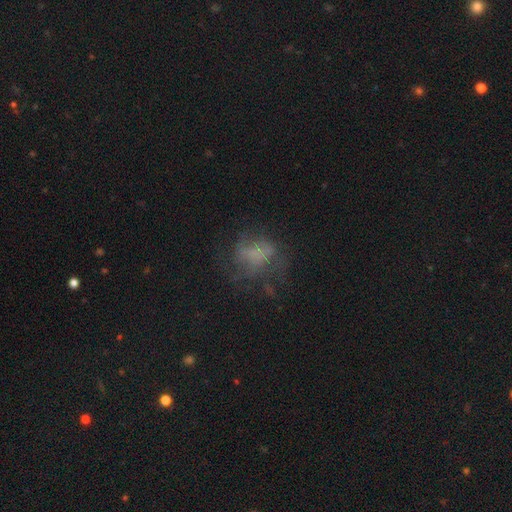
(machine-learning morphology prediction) Overall: smooth (43%; featured or disk 36%). Merging: none (52%; major disturbance 26%).